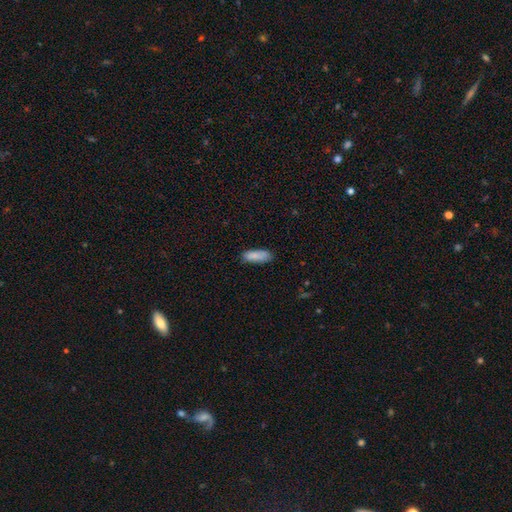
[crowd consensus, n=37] smooth_or_featured: smooth (p=0.95) [alt: featured or disk p=0.05]
how_rounded: in between (p=0.74) [alt: cigar-shaped p=0.26]
merging: none (p=0.92) [alt: minor disturbance p=0.05]